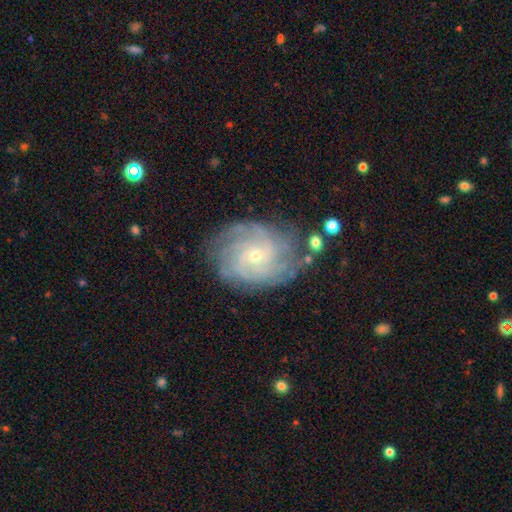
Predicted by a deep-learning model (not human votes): Smooth or featured?
  - featured or disk: 86% *
  - smooth: 7%
  - star or artifact: 7%
Edge-on disk?
  - no: 97% *
  - yes: 3%
Bar?
  - no: 71% *
  - weak: 24%
  - strong: 5%
Spiral arms?
  - yes: 97% *
  - no: 3%
Spiral winding?
  - tight: 72% *
  - medium: 23%
  - loose: 5%
Spiral arm count?
  - 4: 29% *
  - can't tell: 25%
  - more than 4: 20%
  - 3: 12%
  - 2: 8%
  - 1: 6%
Bulge size?
  - small: 79% *
  - moderate: 18%
  - none: 1%
  - large: 1%
  - dominant: 1%
Merging?
  - none: 77% *
  - minor disturbance: 16%
  - major disturbance: 6%
  - merger: 2%